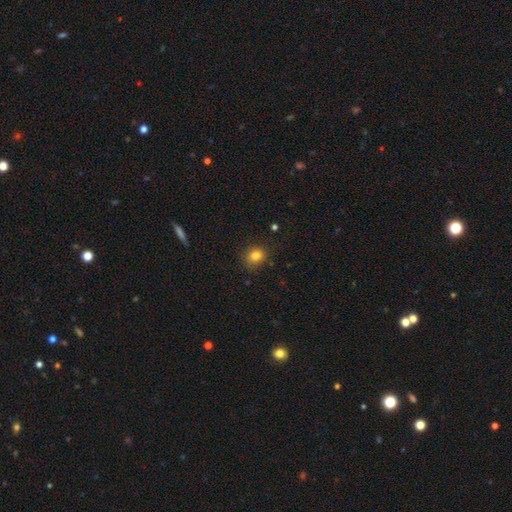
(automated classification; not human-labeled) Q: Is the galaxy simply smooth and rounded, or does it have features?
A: smooth — 82%.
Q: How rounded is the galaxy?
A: round — 71%.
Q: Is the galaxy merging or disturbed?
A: none — 83%.